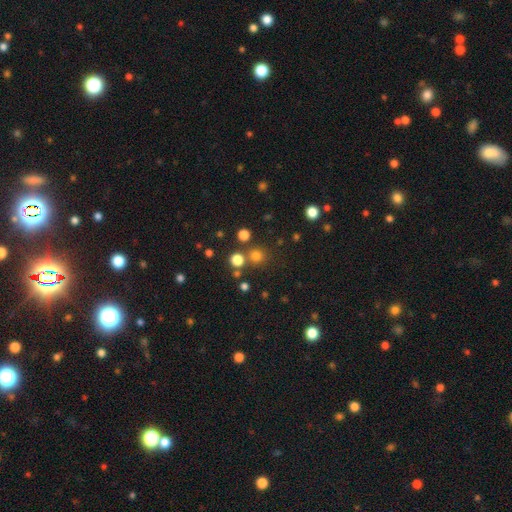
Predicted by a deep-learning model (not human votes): Smooth or featured? smooth (74%)
How rounded? round (92%)
Merging? none (76%)